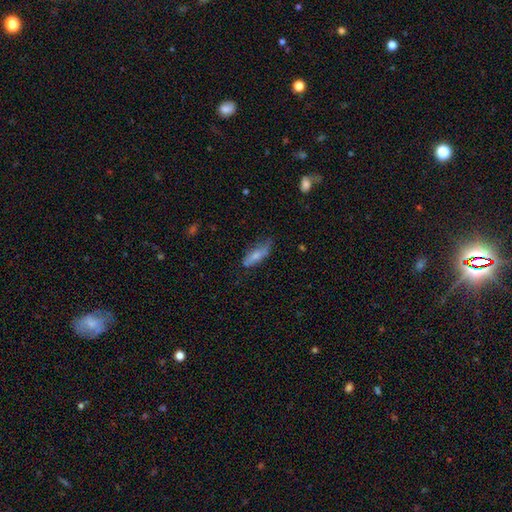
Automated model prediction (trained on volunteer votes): Smooth or featured? smooth (68%)
How rounded? in between (61%)
Merging? none (50%)